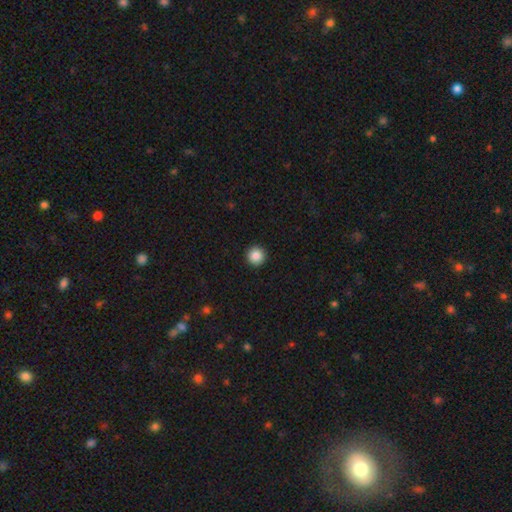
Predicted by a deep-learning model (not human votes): smooth-or-featured: smooth: 87% | star or artifact: 9% | featured or disk: 4%
  how-rounded: round: 96% | in between: 3% | cigar-shaped: 1%
  merging: none: 94% | minor disturbance: 4% | major disturbance: 1% | merger: 1%